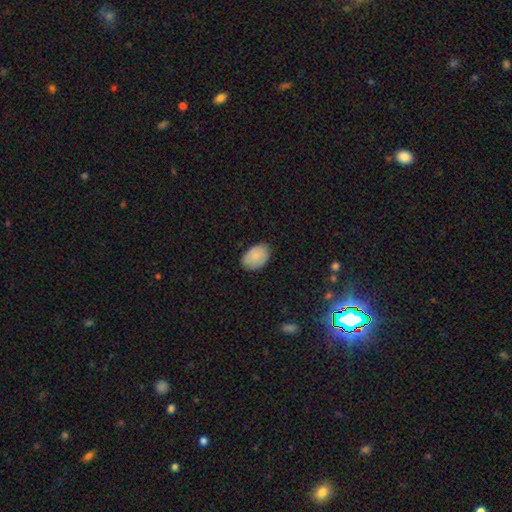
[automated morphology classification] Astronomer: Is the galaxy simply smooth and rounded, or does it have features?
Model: smooth — 84%.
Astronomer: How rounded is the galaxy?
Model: in between — 84%.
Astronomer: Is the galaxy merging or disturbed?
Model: none — 81%.